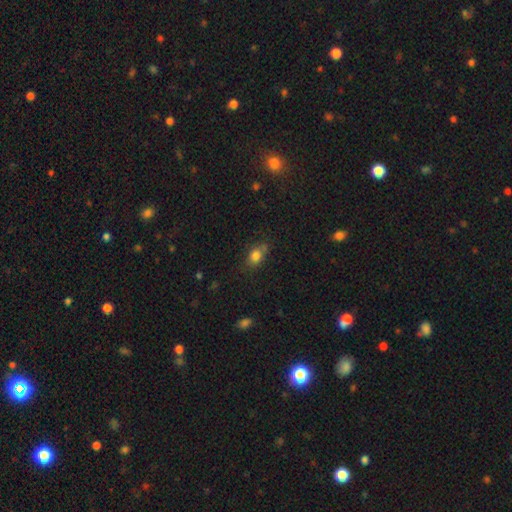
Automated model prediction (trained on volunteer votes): Smooth or featured? Predicted: smooth (p=0.81). How rounded? Predicted: in between (p=0.69). Merging? Predicted: none (p=0.65).